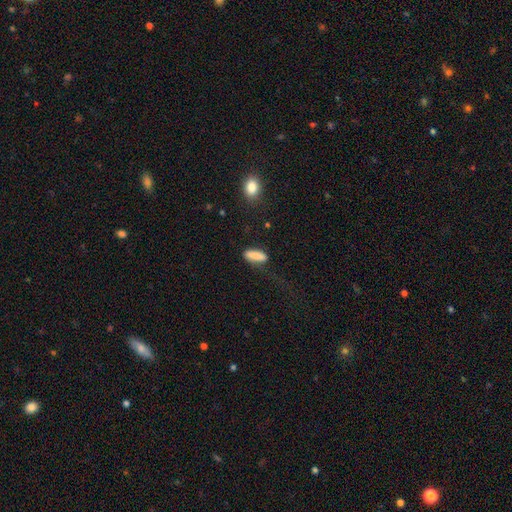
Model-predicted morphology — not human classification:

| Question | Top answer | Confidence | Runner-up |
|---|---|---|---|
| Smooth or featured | smooth | 85% | star or artifact (7%) |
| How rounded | cigar-shaped | 51% | in between (46%) |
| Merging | none | 65% | minor disturbance (20%) |